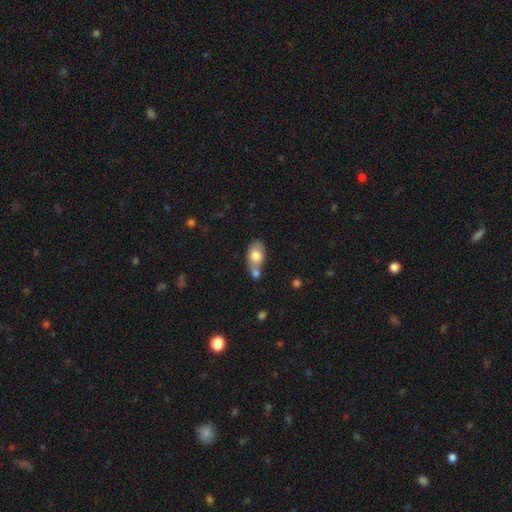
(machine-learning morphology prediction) Smooth or featured? Predicted: smooth (p=0.76). How rounded? Predicted: in between (p=0.85). Merging? Predicted: merger (p=0.50).